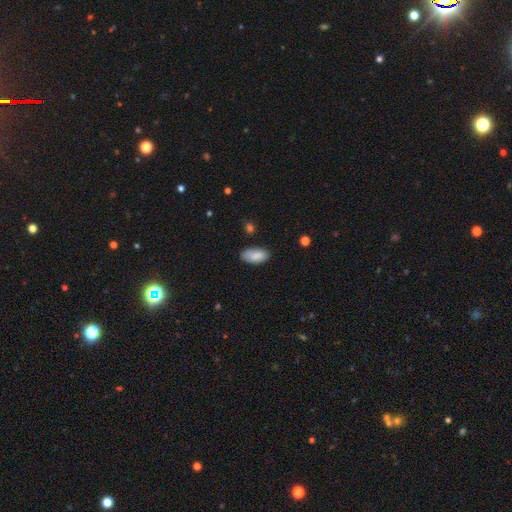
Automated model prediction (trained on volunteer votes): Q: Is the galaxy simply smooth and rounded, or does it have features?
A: smooth — 85%.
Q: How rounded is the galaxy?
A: in between — 93%.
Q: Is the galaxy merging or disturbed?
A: none — 73%.